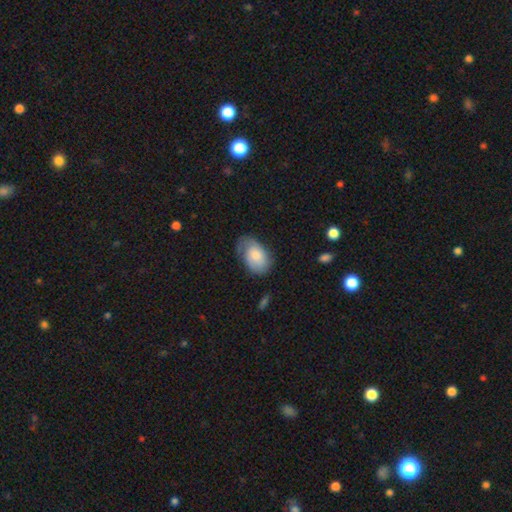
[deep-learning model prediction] Smooth or featured? Predicted: smooth (p=0.62). How rounded? Predicted: in between (p=0.88). Merging? Predicted: none (p=0.48).